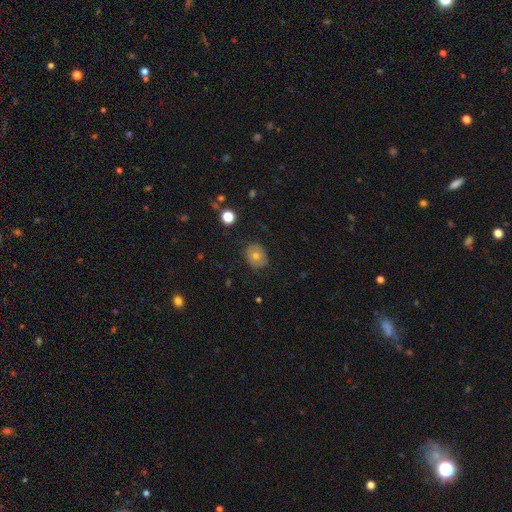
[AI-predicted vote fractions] smooth 71%, featured or disk 18%, star or artifact 10%. Down the decision tree: how rounded — round (63%); merging — none (79%).